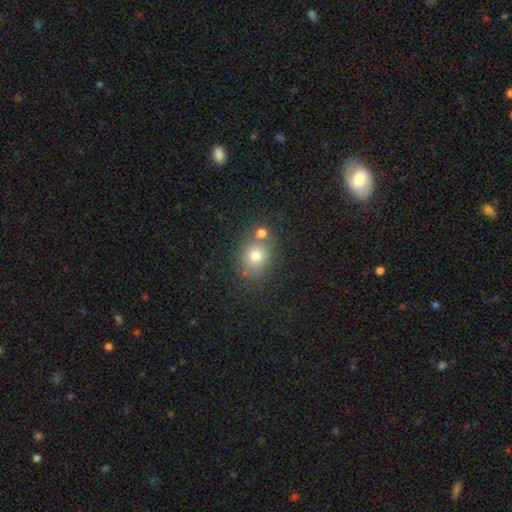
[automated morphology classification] Smooth or featured?
  - smooth: 74% *
  - star or artifact: 14%
  - featured or disk: 12%
How rounded?
  - round: 73% *
  - in between: 26%
  - cigar-shaped: 1%
Merging?
  - none: 61% *
  - merger: 24%
  - minor disturbance: 11%
  - major disturbance: 4%